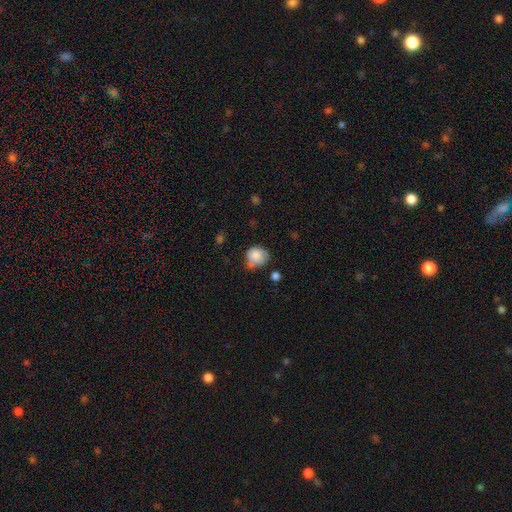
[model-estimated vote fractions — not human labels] smooth-or-featured: smooth: 83% | featured or disk: 9% | star or artifact: 9%
  how-rounded: round: 74% | in between: 25% | cigar-shaped: 1%
  merging: none: 44% | minor disturbance: 38% | major disturbance: 11% | merger: 7%